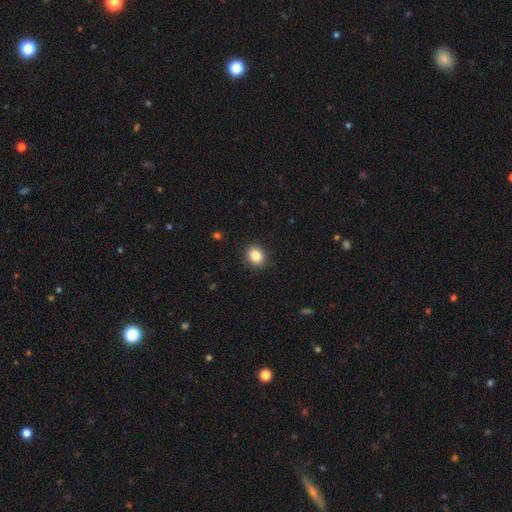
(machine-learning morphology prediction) smooth 86%, star or artifact 9%, featured or disk 5%. Down the decision tree: how rounded — in between (52%); merging — none (89%).